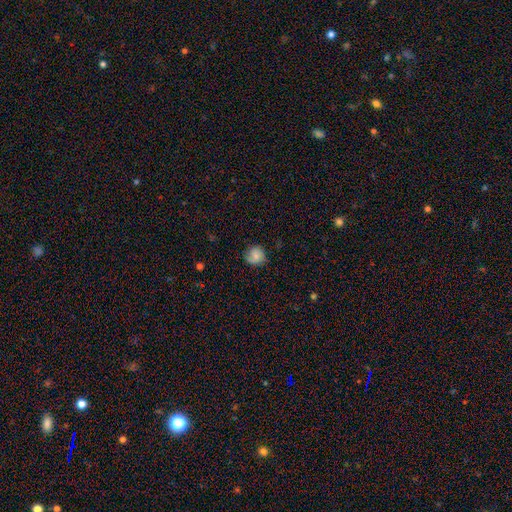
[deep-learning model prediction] A smooth galaxy with no disk features (72%) that is round (87%).

Vote fractions:
- Smooth or featured? smooth: 72% / featured or disk: 19% / star or artifact: 9%
- How rounded? round: 87% / in between: 12% / cigar-shaped: 1%
- Merging? none: 76% / minor disturbance: 19% / major disturbance: 5% / merger: 1%